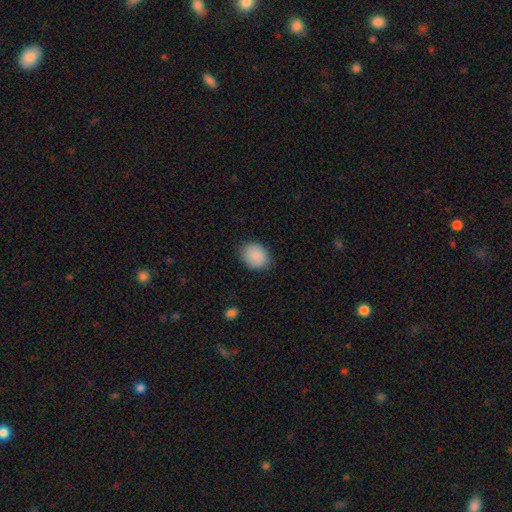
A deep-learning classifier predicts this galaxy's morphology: Q: Smooth or featured?
A: smooth (89%); runner-up: star or artifact (7%)
Q: How rounded?
A: in between (55%); runner-up: round (44%)
Q: Merging?
A: none (83%); runner-up: minor disturbance (13%)